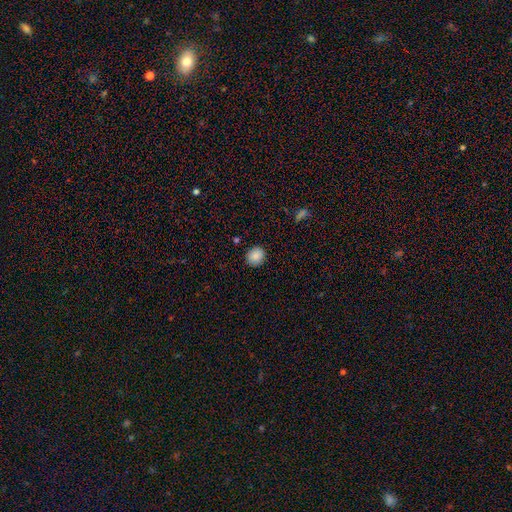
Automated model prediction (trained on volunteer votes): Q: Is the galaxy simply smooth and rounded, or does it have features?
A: smooth — 88%.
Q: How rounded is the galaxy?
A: round — 72%.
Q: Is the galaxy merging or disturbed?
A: none — 88%.